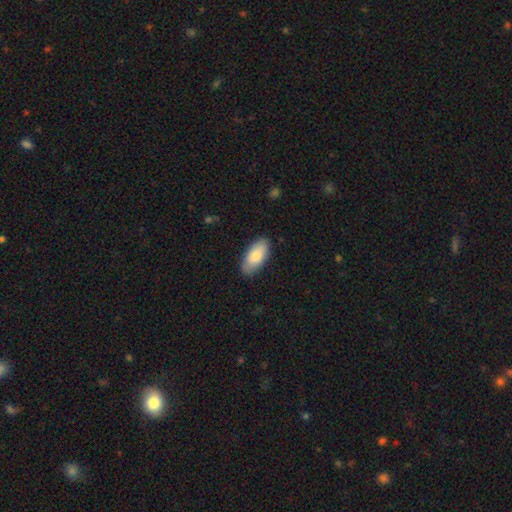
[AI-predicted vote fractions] The model was most divided on "smooth or featured": smooth: 81%, featured or disk: 13%, star or artifact: 6%. More confident: how rounded — in between (91%); merging — none (86%).